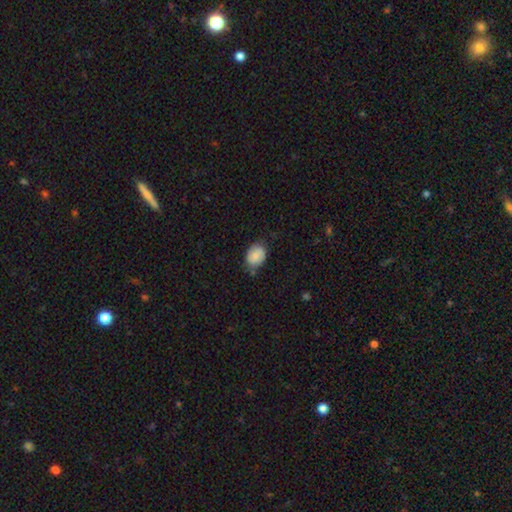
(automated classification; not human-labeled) Smooth or featured?
  - smooth: 58% *
  - featured or disk: 35%
  - star or artifact: 8%
How rounded?
  - in between: 67% *
  - round: 32%
  - cigar-shaped: 1%
Merging?
  - none: 68% *
  - minor disturbance: 24%
  - major disturbance: 5%
  - merger: 3%